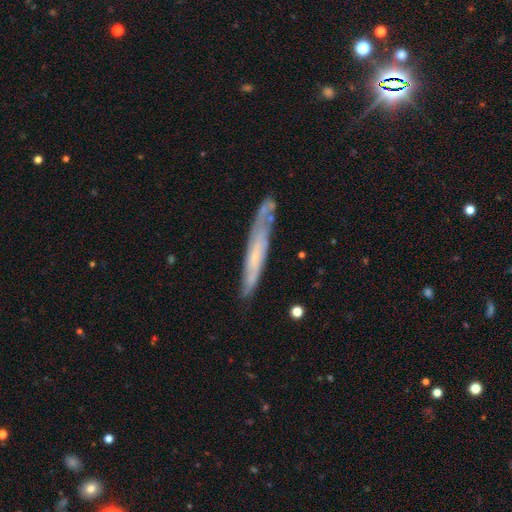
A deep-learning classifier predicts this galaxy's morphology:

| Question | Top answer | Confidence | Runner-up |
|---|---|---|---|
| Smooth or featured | featured or disk | 60% | smooth (33%) |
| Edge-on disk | yes | 69% | no (31%) |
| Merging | none | 69% | minor disturbance (21%) |